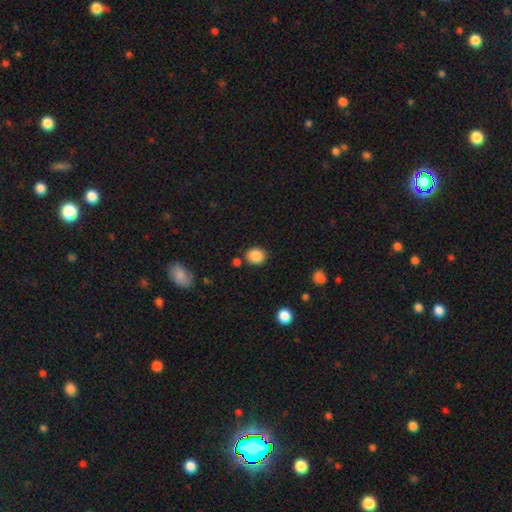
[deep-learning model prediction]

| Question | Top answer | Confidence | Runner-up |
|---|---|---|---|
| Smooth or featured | smooth | 87% | star or artifact (9%) |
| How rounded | round | 69% | in between (30%) |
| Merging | none | 81% | minor disturbance (11%) |